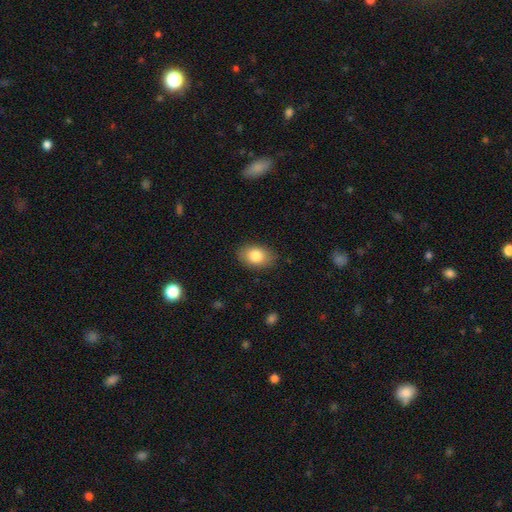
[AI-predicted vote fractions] Overall: smooth (83%). How rounded: in between (82%). Merging: none (86%).